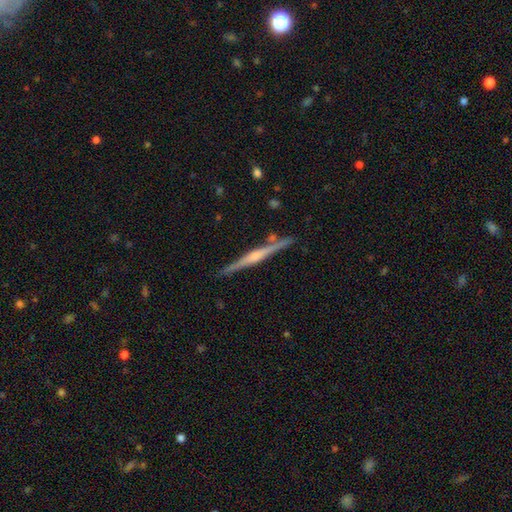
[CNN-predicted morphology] Smooth or featured: featured or disk — 75% (smooth — 19%)
Edge-on disk: yes — 98% (no — 2%)
Edge-on bulge: rounded — 63% (none — 19%)
Merging: none — 87% (minor disturbance — 9%)